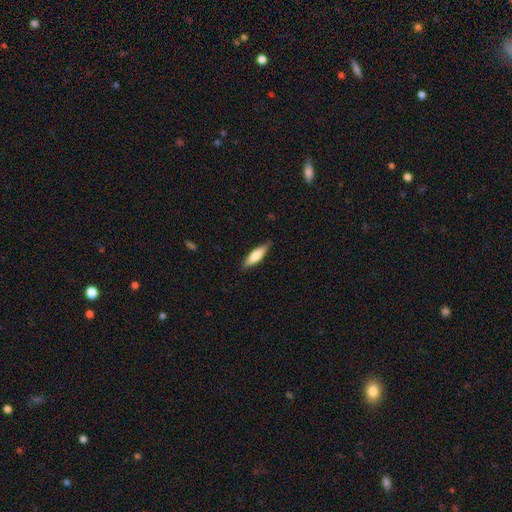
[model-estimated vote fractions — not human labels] smooth-or-featured: smooth: 65% | featured or disk: 30% | star or artifact: 6%
  how-rounded: cigar-shaped: 63% | in between: 36% | round: 2%
  merging: none: 86% | minor disturbance: 11% | major disturbance: 2% | merger: 1%